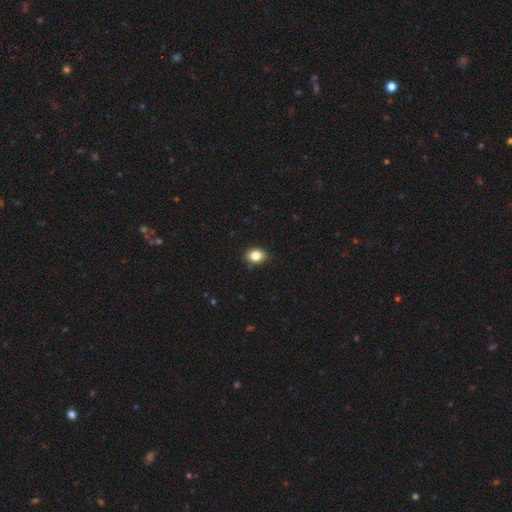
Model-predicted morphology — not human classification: Q: Smooth or featured?
A: smooth (83%); runner-up: star or artifact (10%)
Q: How rounded?
A: in between (68%); runner-up: round (31%)
Q: Merging?
A: none (84%); runner-up: minor disturbance (13%)